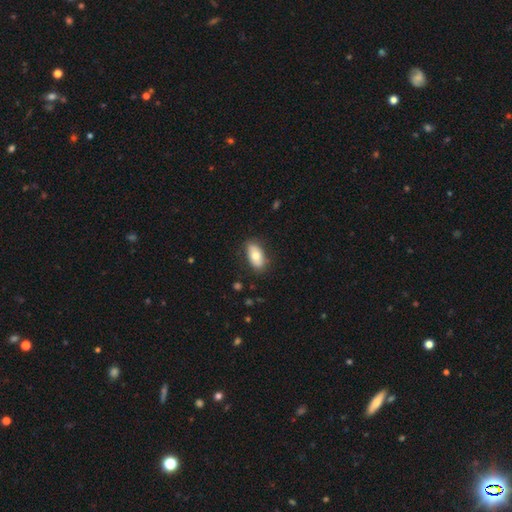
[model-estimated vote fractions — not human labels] A smooth galaxy with no disk features (74%) that is in between round and cigar-shaped (91%).

Vote fractions:
- Smooth or featured? smooth: 74% / featured or disk: 20% / star or artifact: 6%
- How rounded? in between: 91% / cigar-shaped: 5% / round: 4%
- Merging? none: 81% / minor disturbance: 14% / major disturbance: 3% / merger: 1%